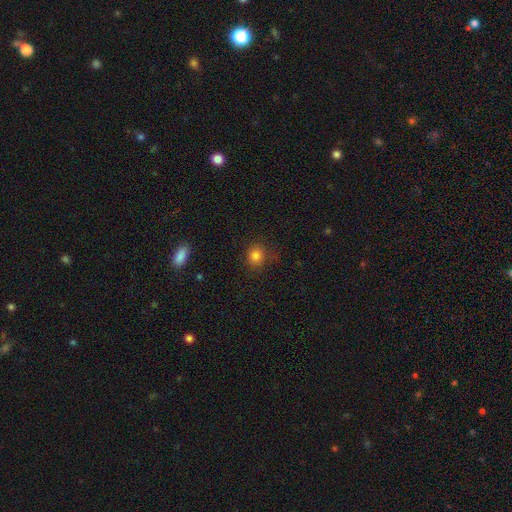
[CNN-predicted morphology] smooth_or_featured: smooth (p=0.82) [alt: star or artifact p=0.13]
how_rounded: round (p=0.83) [alt: in between p=0.16]
merging: none (p=0.81) [alt: minor disturbance p=0.13]